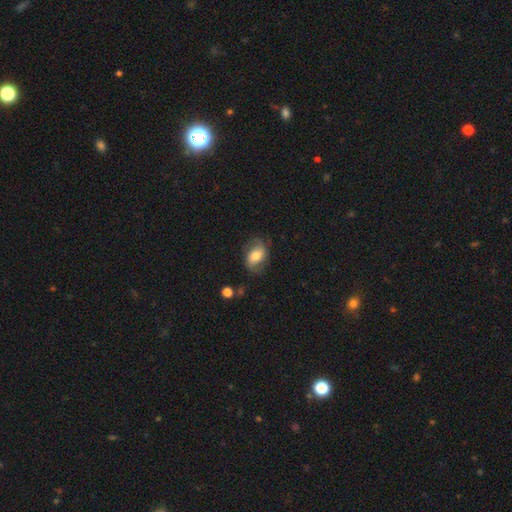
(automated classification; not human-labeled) This appears to be a smooth galaxy with no disk features (50%). Merging: none (66%).